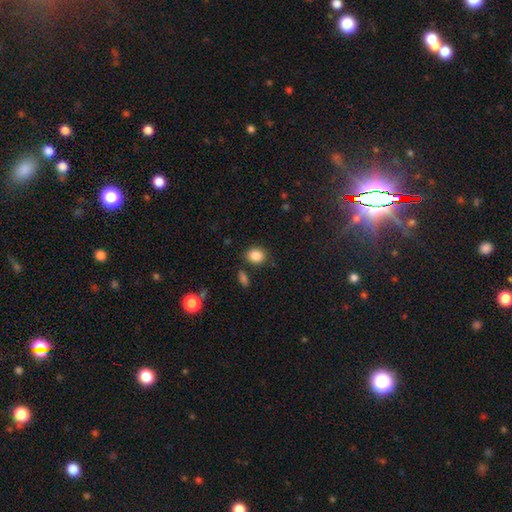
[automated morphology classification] Smooth or featured: smooth — 86% (star or artifact — 10%)
How rounded: round — 54% (in between — 45%)
Merging: none — 81% (minor disturbance — 10%)